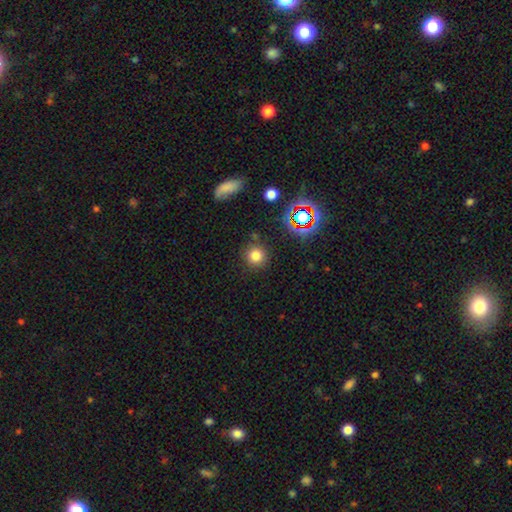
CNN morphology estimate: Smooth or featured: smooth — 77% (star or artifact — 17%)
How rounded: round — 93% (in between — 6%)
Merging: none — 85% (minor disturbance — 8%)